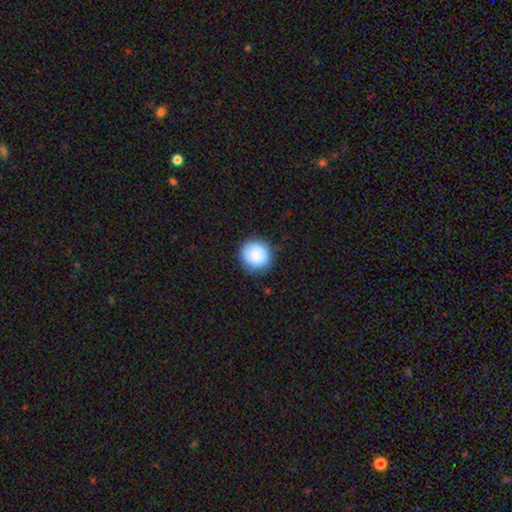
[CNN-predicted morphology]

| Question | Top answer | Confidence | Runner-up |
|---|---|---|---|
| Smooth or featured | smooth | 85% | star or artifact (7%) |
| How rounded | round | 90% | in between (9%) |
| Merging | none | 83% | minor disturbance (13%) |